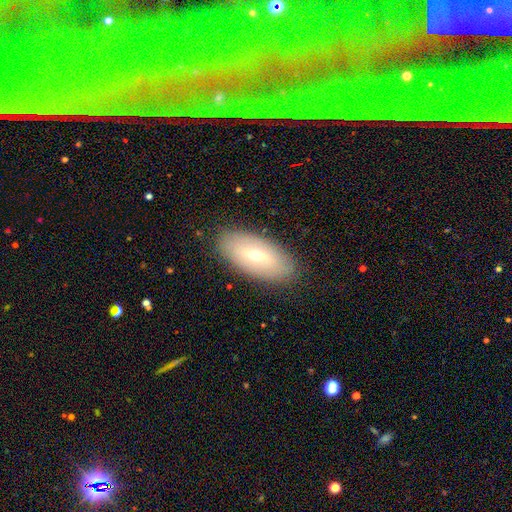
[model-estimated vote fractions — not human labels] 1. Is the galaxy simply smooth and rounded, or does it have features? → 50% featured or disk, 43% smooth, 7% star or artifact.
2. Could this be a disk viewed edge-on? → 77% no, 23% yes.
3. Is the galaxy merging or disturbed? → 87% none, 9% minor disturbance, 3% major disturbance, 1% merger.